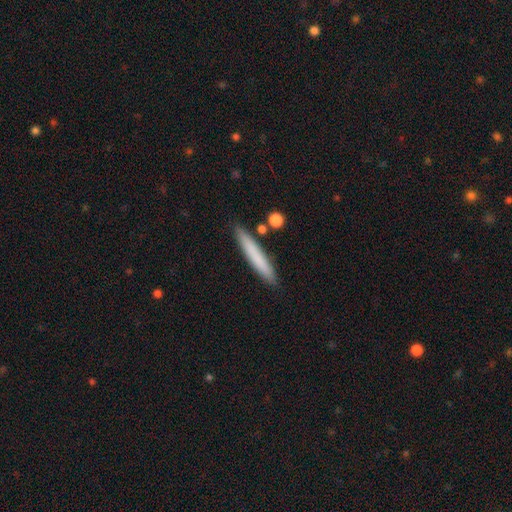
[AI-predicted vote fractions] The model was most divided on "smooth or featured": smooth: 75%, featured or disk: 19%, star or artifact: 6%. More confident: how rounded — cigar-shaped (94%); merging — none (87%).